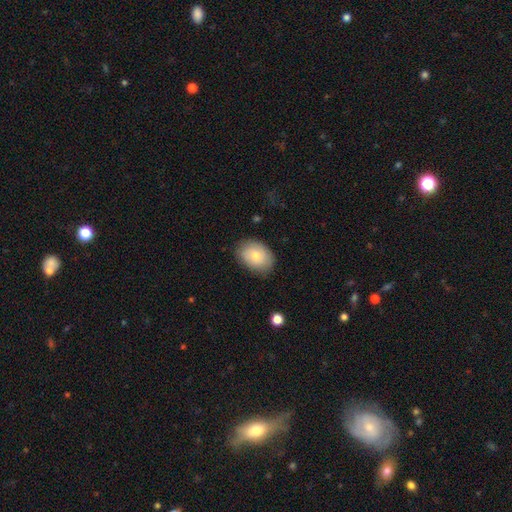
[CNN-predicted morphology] type=smooth (76%); roundness=in between (77%); merging=none (79%).